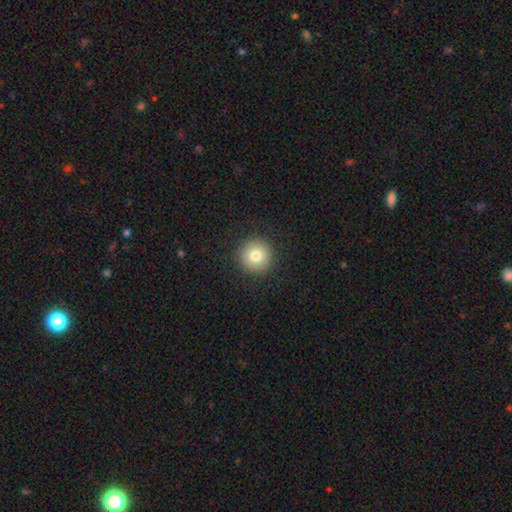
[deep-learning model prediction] A smooth galaxy with no disk features (79%) that is round (96%).

Vote fractions:
- Smooth or featured? smooth: 79% / star or artifact: 10% / featured or disk: 10%
- How rounded? round: 96% / in between: 3% / cigar-shaped: 1%
- Merging? none: 91% / minor disturbance: 6% / major disturbance: 2% / merger: 1%